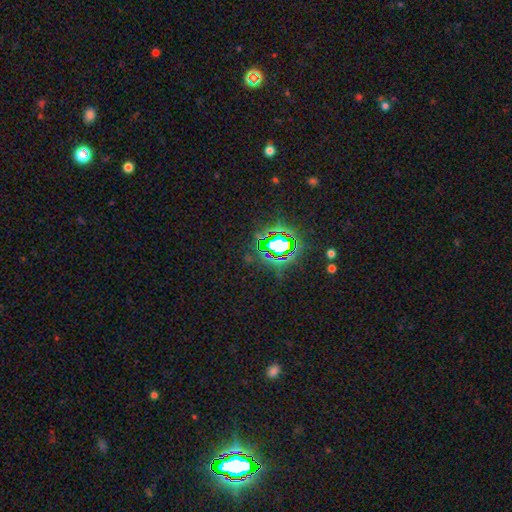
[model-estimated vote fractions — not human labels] Smooth or featured: star or artifact — 81% (smooth — 11%)